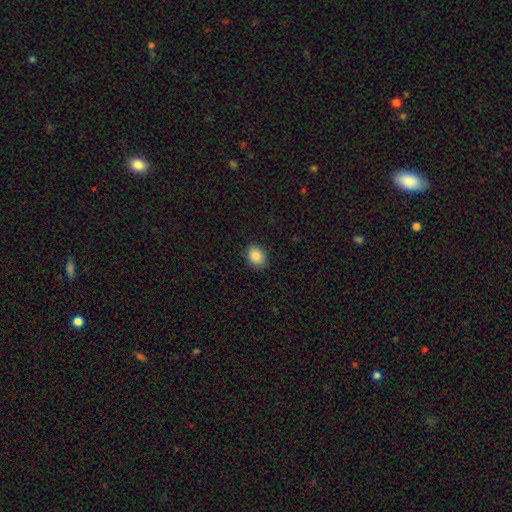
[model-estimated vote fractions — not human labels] Q: Smooth or featured?
A: smooth (87%); runner-up: star or artifact (8%)
Q: How rounded?
A: in between (58%); runner-up: round (41%)
Q: Merging?
A: none (87%); runner-up: minor disturbance (10%)